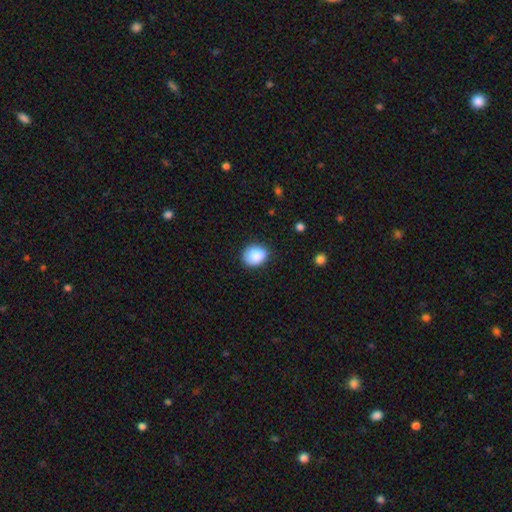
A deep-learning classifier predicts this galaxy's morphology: Overall: smooth (89%). How rounded: round (56%; in between 44%). Merging: none (81%).